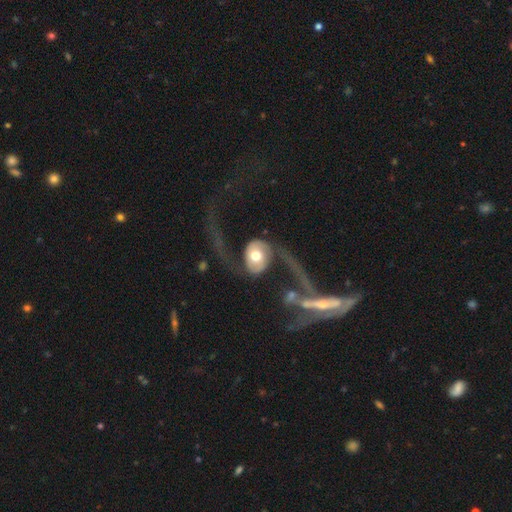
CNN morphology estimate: Q: Smooth or featured?
A: featured or disk (76%); runner-up: smooth (19%)
Q: Edge-on disk?
A: no (96%); runner-up: yes (4%)
Q: Bar?
A: no (68%); runner-up: weak (22%)
Q: Spiral arms?
A: yes (86%); runner-up: no (14%)
Q: Spiral winding?
A: loose (84%); runner-up: medium (11%)
Q: Spiral arm count?
A: 2 (92%); runner-up: 1 (4%)
Q: Bulge size?
A: moderate (65%); runner-up: large (22%)
Q: Merging?
A: none (42%); runner-up: major disturbance (34%)